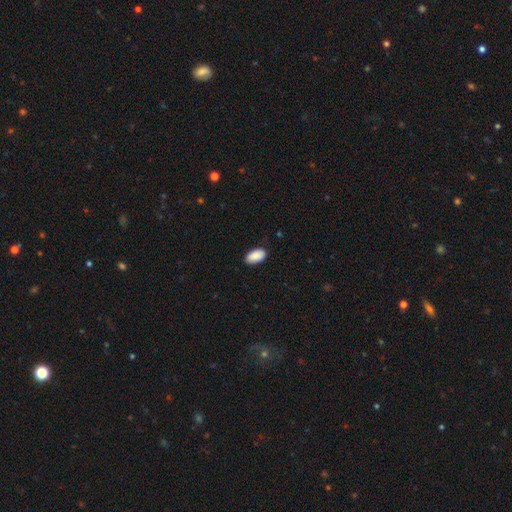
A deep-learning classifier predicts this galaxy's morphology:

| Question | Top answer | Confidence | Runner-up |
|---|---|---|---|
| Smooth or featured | smooth | 90% | star or artifact (6%) |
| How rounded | in between | 95% | round (3%) |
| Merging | none | 85% | minor disturbance (12%) |